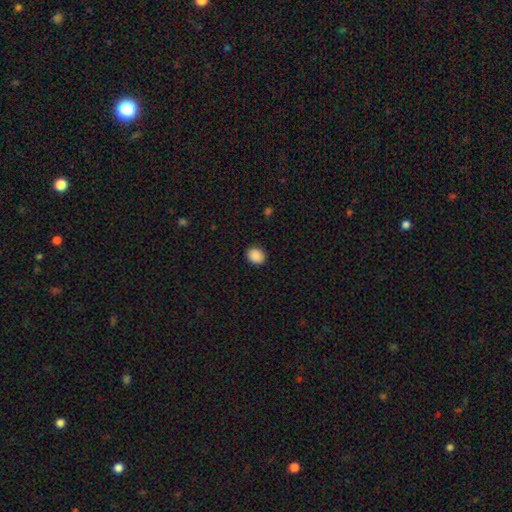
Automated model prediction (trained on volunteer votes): A smooth galaxy with no disk features (89%) that is round (63%). Merging: none (91%).